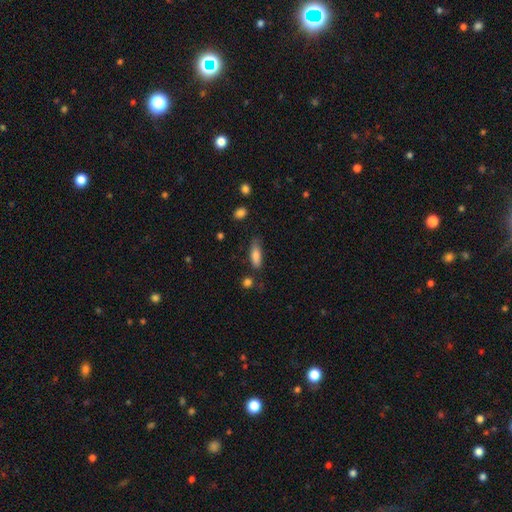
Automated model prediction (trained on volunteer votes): Morphology: type=smooth (82%); roundness=in between (63%); merging=none (62%).